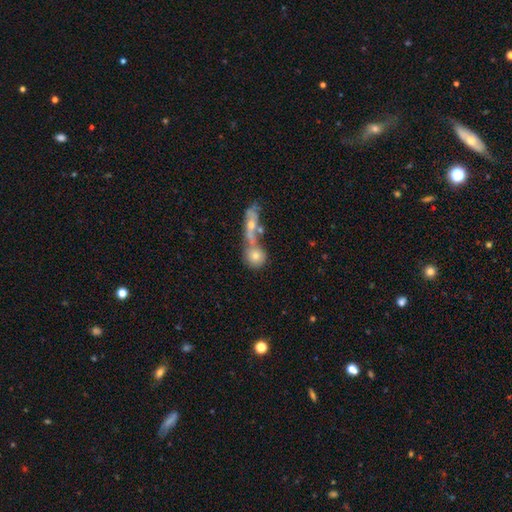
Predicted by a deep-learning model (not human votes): This is likely a smooth galaxy (70%). How rounded: likely round (80%). Merging: possibly merger (49%).